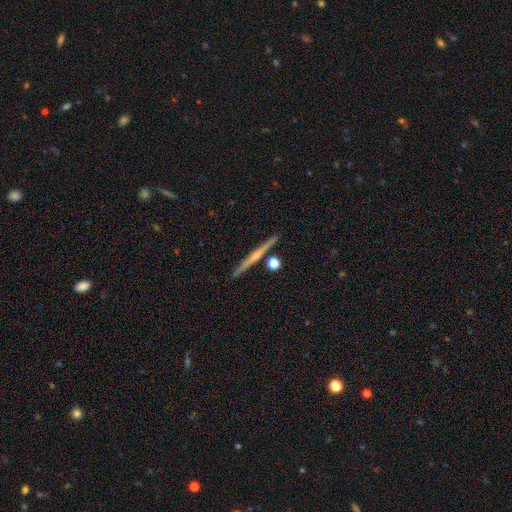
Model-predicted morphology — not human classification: Smooth or featured? featured or disk (67%)
Edge-on disk? yes (98%)
Edge-on bulge? rounded (52%)
Merging? none (89%)